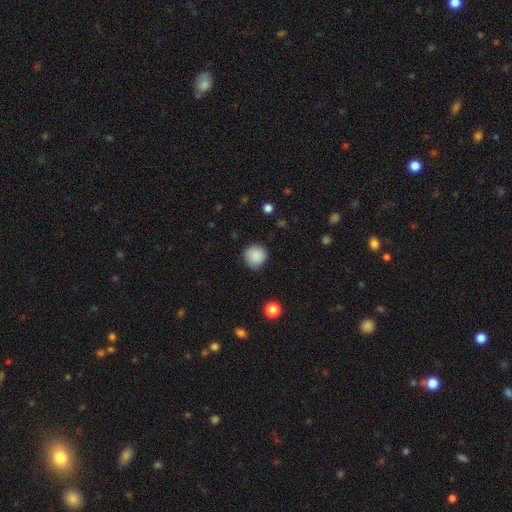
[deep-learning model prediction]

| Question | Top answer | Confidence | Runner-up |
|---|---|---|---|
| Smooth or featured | smooth | 87% | star or artifact (8%) |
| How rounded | round | 93% | in between (6%) |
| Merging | none | 83% | minor disturbance (12%) |